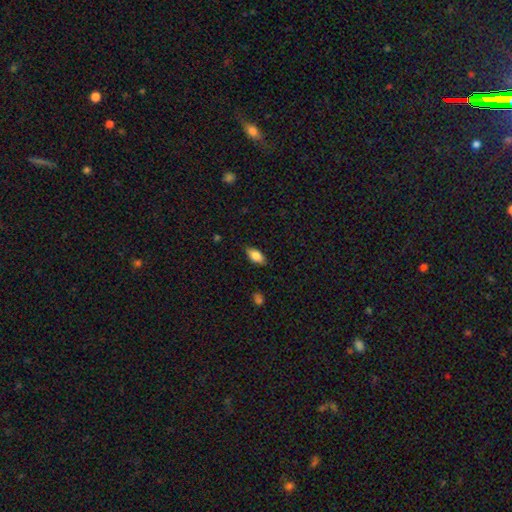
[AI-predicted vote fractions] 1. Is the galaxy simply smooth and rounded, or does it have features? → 77% smooth, 16% featured or disk, 7% star or artifact.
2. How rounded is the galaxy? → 88% in between, 9% cigar-shaped, 3% round.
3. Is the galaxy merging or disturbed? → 84% none, 12% minor disturbance, 2% major disturbance, 1% merger.